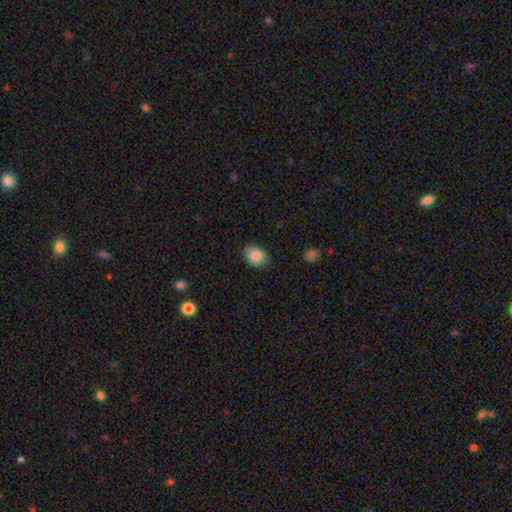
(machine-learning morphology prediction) type=smooth (86%); roundness=in between (61%); merging=none (79%).